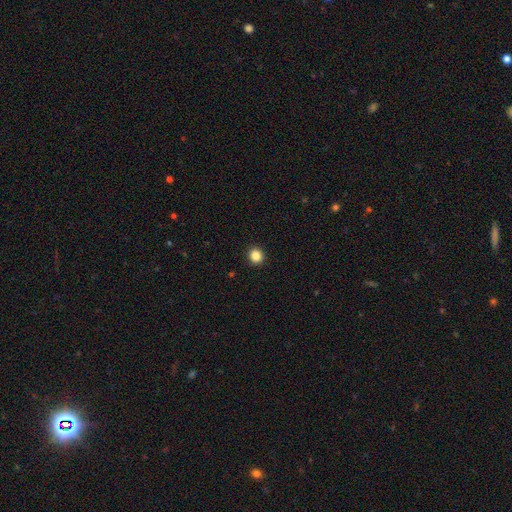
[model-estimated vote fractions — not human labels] Smooth or featured? smooth (86%)
How rounded? round (89%)
Merging? none (93%)